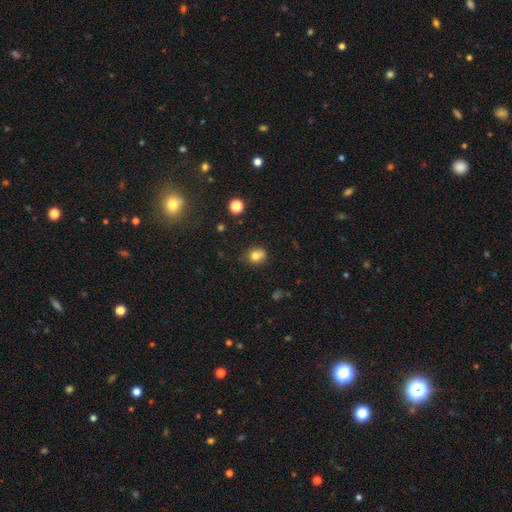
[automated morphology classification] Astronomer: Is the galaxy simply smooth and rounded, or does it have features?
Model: smooth — 75%.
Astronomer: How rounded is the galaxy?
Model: round — 69%.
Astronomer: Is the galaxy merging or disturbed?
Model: none — 57%.